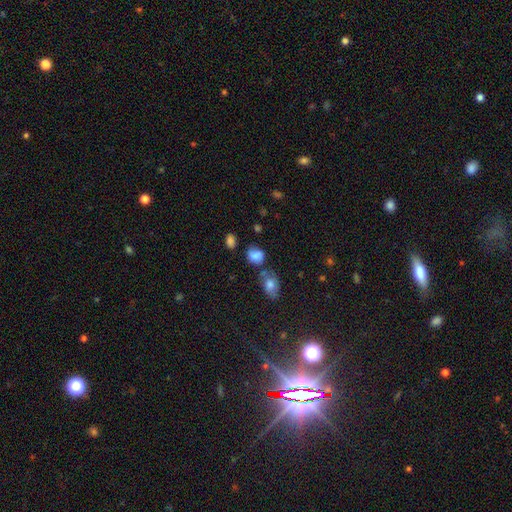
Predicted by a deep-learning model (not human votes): The model was most divided on "how rounded": in between: 55%, round: 43%, cigar-shaped: 1%. More confident: smooth or featured — smooth (78%); merging — none (55%).